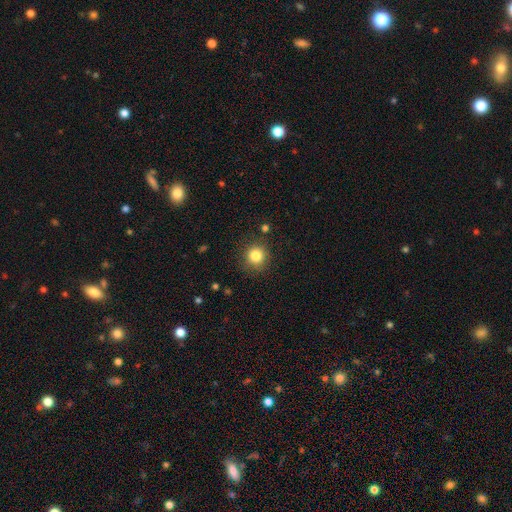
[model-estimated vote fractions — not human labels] smooth_or_featured: smooth (p=0.82) [alt: star or artifact p=0.12]
how_rounded: round (p=0.92) [alt: in between p=0.07]
merging: none (p=0.87) [alt: minor disturbance p=0.09]